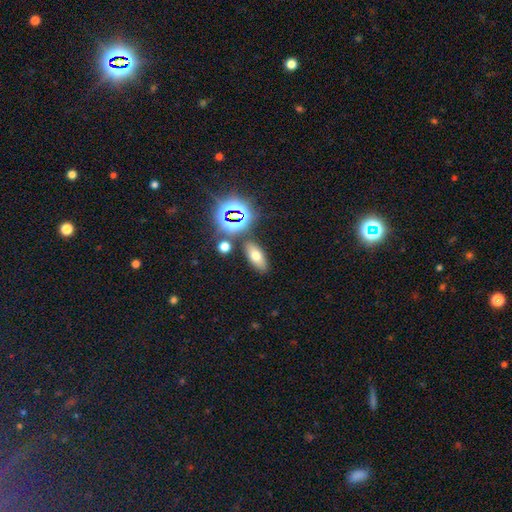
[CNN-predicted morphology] Smooth or featured? Predicted: smooth (p=0.61). How rounded? Predicted: in between (p=0.73). Merging? Predicted: none (p=0.83).